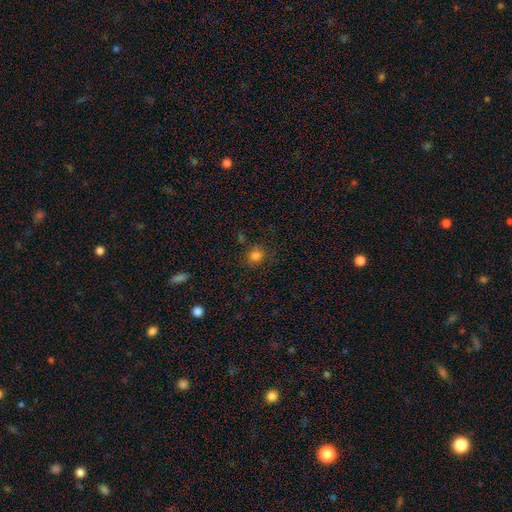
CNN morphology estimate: smooth_or_featured: smooth (p=0.80) [alt: star or artifact p=0.16]
how_rounded: round (p=0.77) [alt: in between p=0.22]
merging: none (p=0.78) [alt: minor disturbance p=0.13]